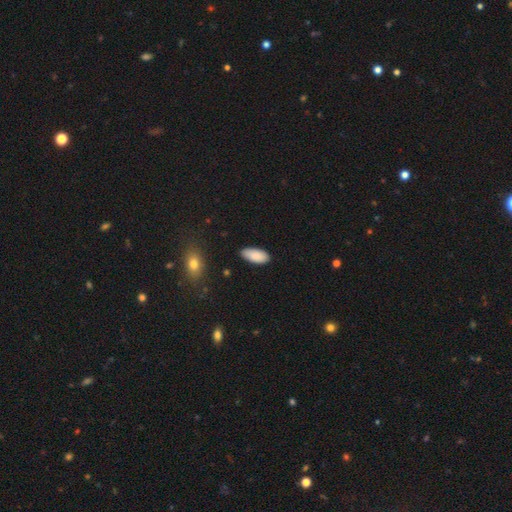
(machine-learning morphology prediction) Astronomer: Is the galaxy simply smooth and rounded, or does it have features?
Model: smooth — 89%.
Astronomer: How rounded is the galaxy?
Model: in between — 91%.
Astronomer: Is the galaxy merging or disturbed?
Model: none — 84%.